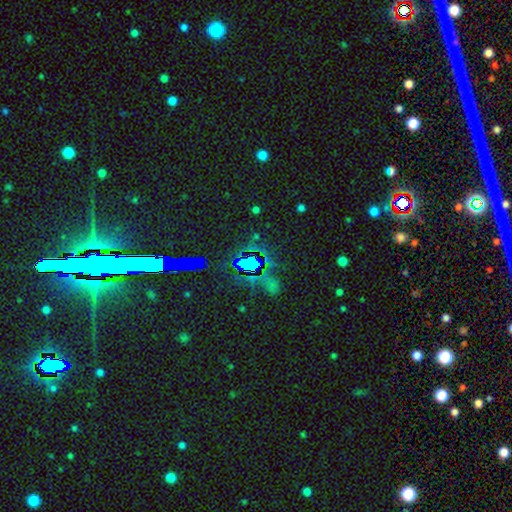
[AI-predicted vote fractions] This is likely a star or artifact rather than a galaxy (75%).